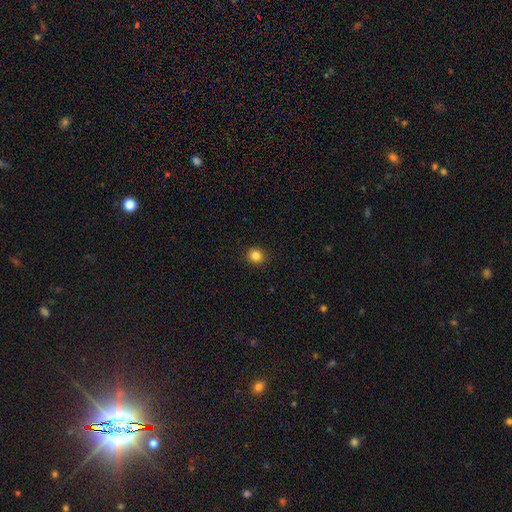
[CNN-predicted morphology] Q: Smooth or featured?
A: smooth (84%); runner-up: star or artifact (12%)
Q: How rounded?
A: round (83%); runner-up: in between (16%)
Q: Merging?
A: none (91%); runner-up: minor disturbance (6%)